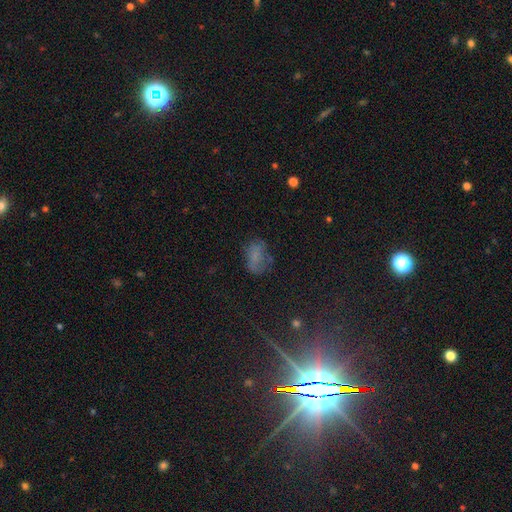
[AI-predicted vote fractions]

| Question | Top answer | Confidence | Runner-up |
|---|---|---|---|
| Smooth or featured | smooth | 57% | featured or disk (22%) |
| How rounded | in between | 84% | round (14%) |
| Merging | none | 51% | minor disturbance (25%) |